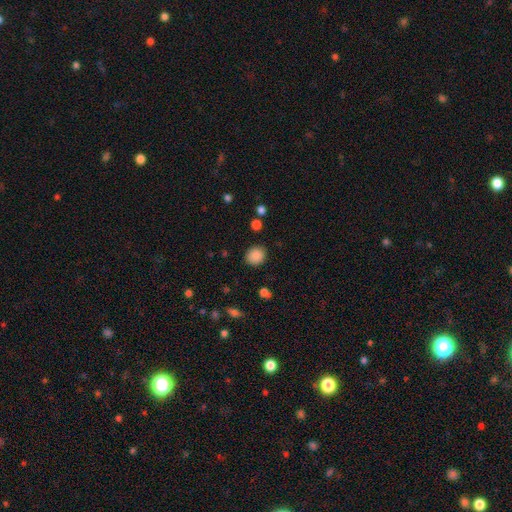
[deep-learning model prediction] Smooth or featured?
  - smooth: 87% *
  - star or artifact: 9%
  - featured or disk: 3%
How rounded?
  - round: 80% *
  - in between: 19%
  - cigar-shaped: 1%
Merging?
  - none: 88% *
  - minor disturbance: 8%
  - major disturbance: 3%
  - merger: 2%